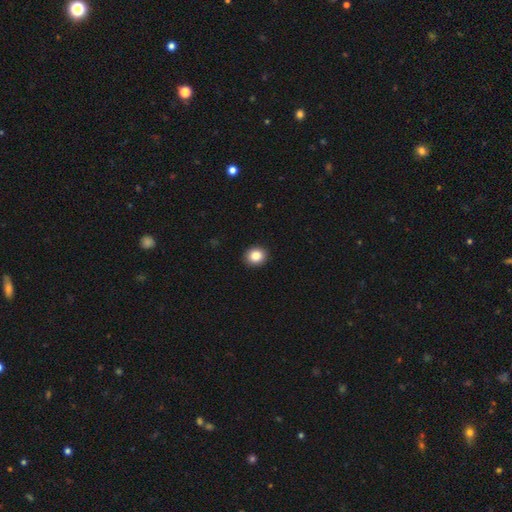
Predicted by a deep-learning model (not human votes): This appears to be a smooth galaxy with no disk features (86%) that is round (78%). Merging: none (92%).